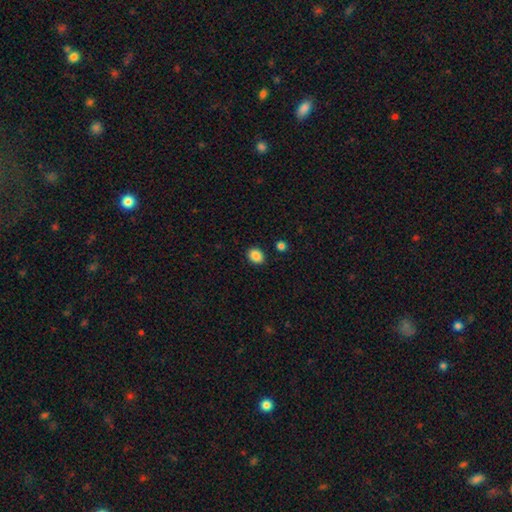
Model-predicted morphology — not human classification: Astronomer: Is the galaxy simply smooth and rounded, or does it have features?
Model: smooth — 87%.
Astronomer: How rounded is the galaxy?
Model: in between — 54% (runner-up: round, 45%).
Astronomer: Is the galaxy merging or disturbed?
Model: none — 87%.